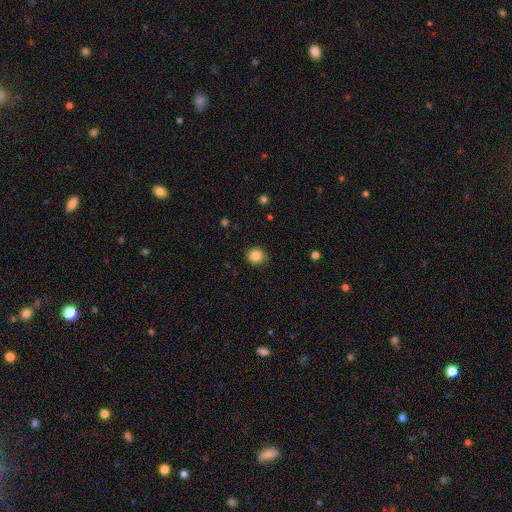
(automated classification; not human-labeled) Overall: smooth (85%). How rounded: round (85%). Merging: none (80%).